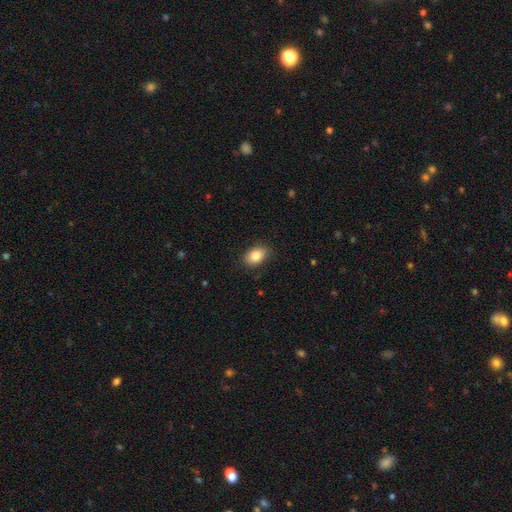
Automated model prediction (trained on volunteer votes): A smooth galaxy with no disk features (85%) that is in between round and cigar-shaped (83%). Merging: none (86%).